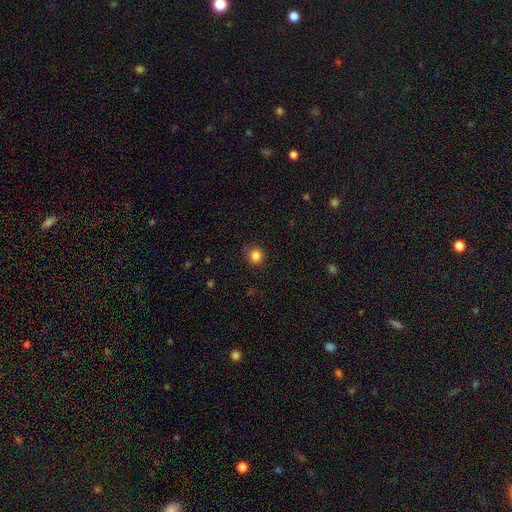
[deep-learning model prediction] smooth-or-featured: smooth: 84% | star or artifact: 12% | featured or disk: 4%
  how-rounded: round: 86% | in between: 13% | cigar-shaped: 1%
  merging: none: 85% | minor disturbance: 11% | major disturbance: 3% | merger: 1%